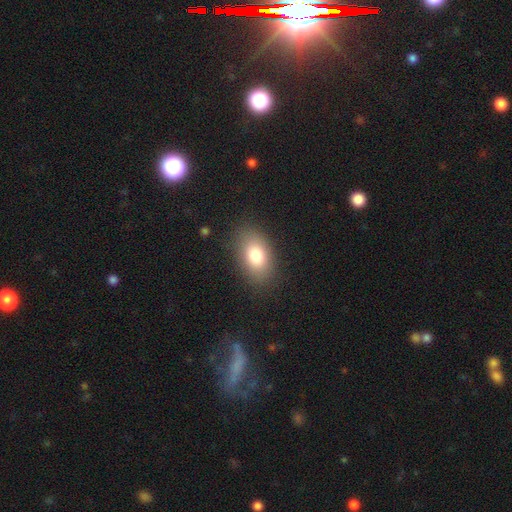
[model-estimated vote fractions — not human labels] Smooth or featured: smooth — 79% (featured or disk — 12%)
How rounded: in between — 88% (round — 11%)
Merging: none — 84% (minor disturbance — 11%)